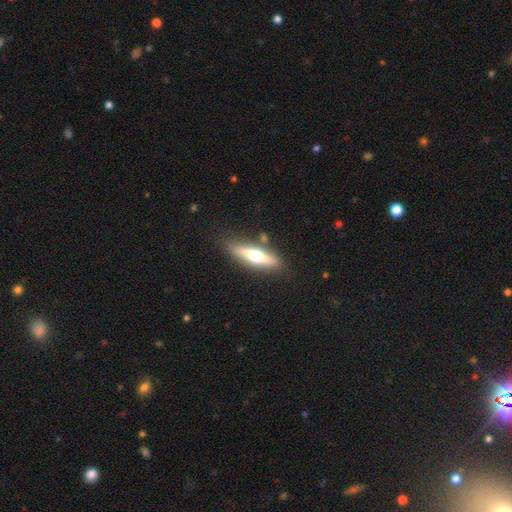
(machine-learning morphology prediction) featured or disk 52%, smooth 42%, star or artifact 6%. Down the decision tree: edge-on disk — yes (89%); merging — none (80%).